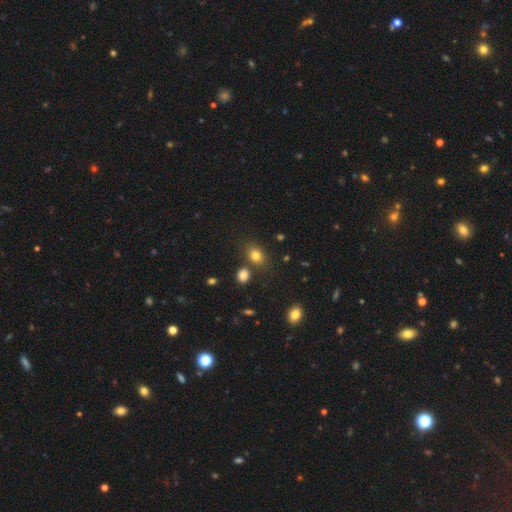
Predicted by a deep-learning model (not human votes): The model was most divided on "how rounded": in between: 62%, round: 36%, cigar-shaped: 2%. More confident: smooth or featured — smooth (79%); merging — none (72%).